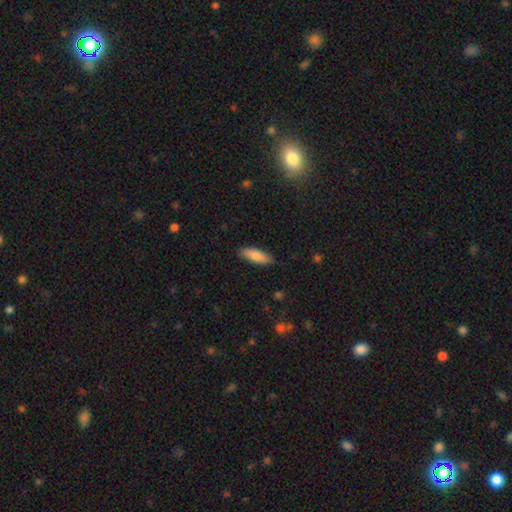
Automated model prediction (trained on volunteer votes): Overall: smooth (81%). How rounded: in between (61%; cigar-shaped 37%). Merging: none (84%).